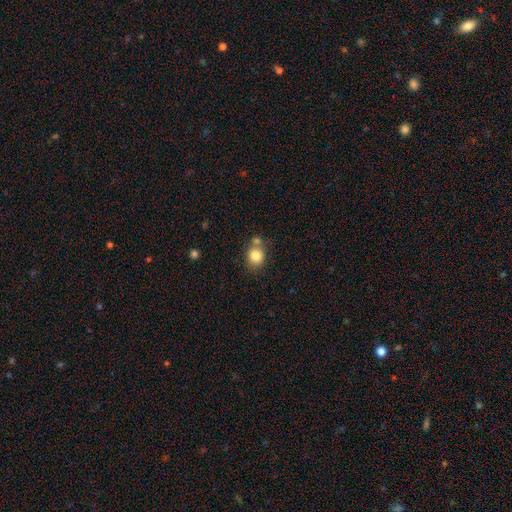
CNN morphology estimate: Q: Smooth or featured?
A: smooth (82%); runner-up: star or artifact (10%)
Q: How rounded?
A: round (75%); runner-up: in between (24%)
Q: Merging?
A: none (60%); runner-up: merger (24%)